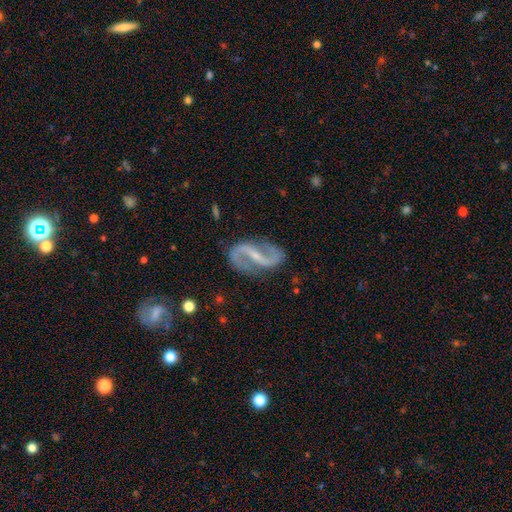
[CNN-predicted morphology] Smooth or featured: featured or disk — 92% (star or artifact — 4%)
Edge-on disk: no — 97% (yes — 3%)
Bar: strong — 56% (weak — 30%)
Spiral arms: yes — 97% (no — 3%)
Spiral winding: loose — 57% (medium — 34%)
Spiral arm count: 2 — 94% (can't tell — 2%)
Bulge size: small — 69% (moderate — 18%)
Merging: none — 82% (minor disturbance — 12%)